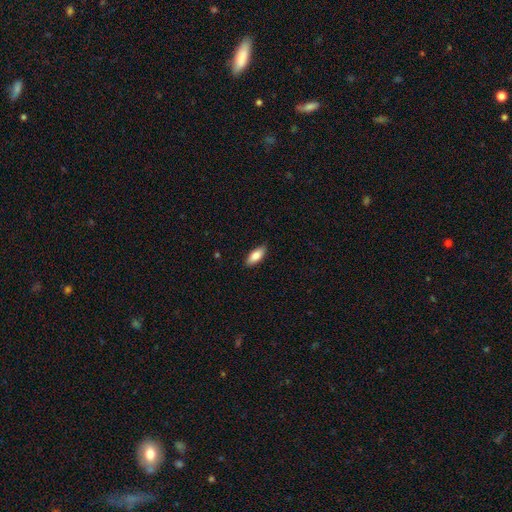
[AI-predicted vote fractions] Q: Smooth or featured?
A: smooth (82%); runner-up: featured or disk (12%)
Q: How rounded?
A: in between (82%); runner-up: cigar-shaped (16%)
Q: Merging?
A: none (87%); runner-up: minor disturbance (10%)